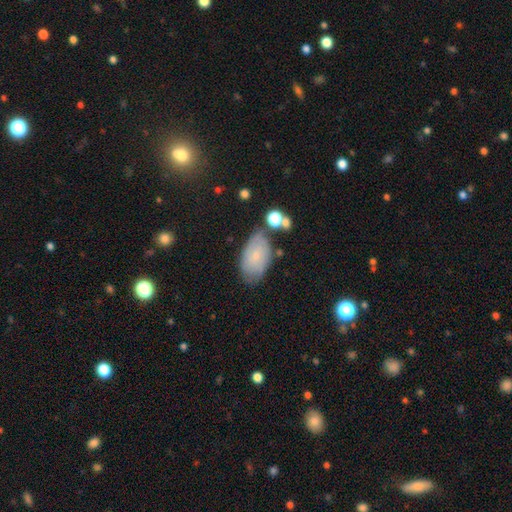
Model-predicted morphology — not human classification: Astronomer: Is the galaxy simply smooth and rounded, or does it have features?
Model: smooth — 63%.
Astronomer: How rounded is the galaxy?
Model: in between — 93%.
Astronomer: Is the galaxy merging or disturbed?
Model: none — 65%.